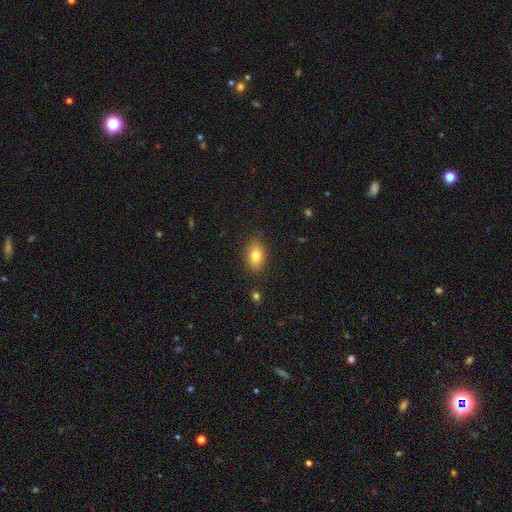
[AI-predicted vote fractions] Smooth or featured: smooth — 80% (featured or disk — 11%)
How rounded: in between — 83% (round — 15%)
Merging: none — 84% (minor disturbance — 12%)